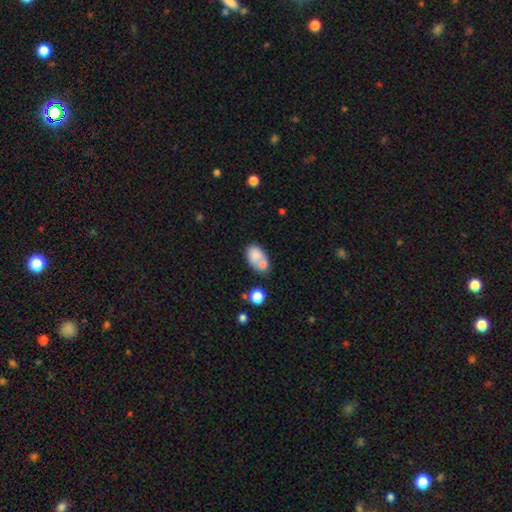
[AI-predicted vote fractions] Smooth or featured? smooth (74%)
How rounded? in between (81%)
Merging? merger (48%)